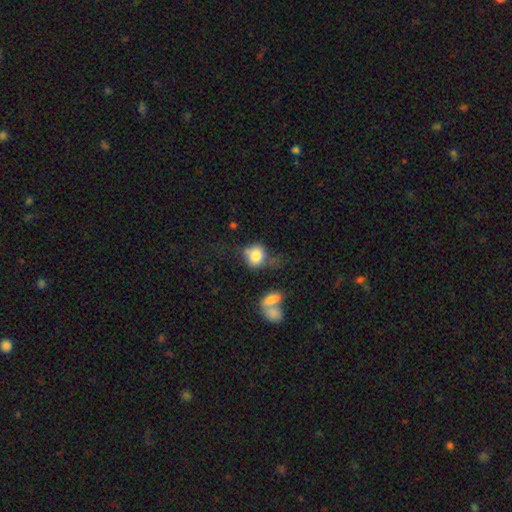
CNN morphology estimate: type=smooth (78%); roundness=round (63%); merging=none (42%).